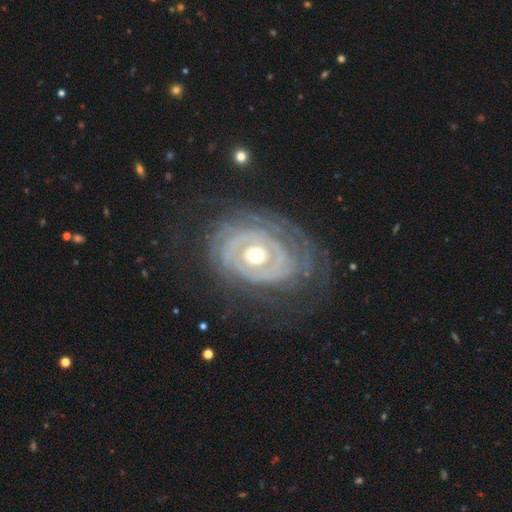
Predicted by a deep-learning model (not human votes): Overall: featured or disk (86%). Edge-on disk: no (96%). Bar: no (83%). Spiral arms: yes (88%). Spiral arm count: can't tell (38%; 2 17%). Spiral winding: tight (81%). Bulge size: moderate (73%). Merging: none (71%).